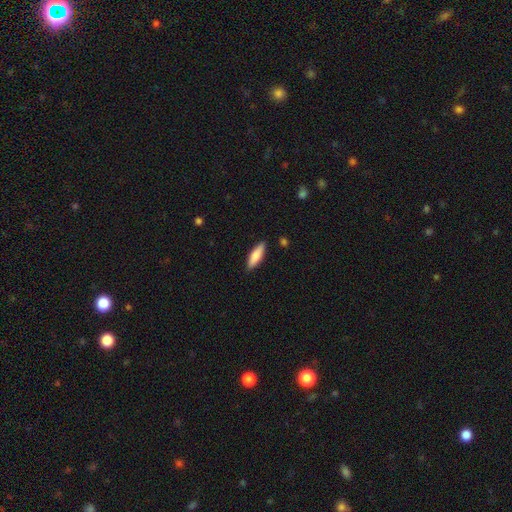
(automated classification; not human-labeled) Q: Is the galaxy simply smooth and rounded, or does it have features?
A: smooth — 78%.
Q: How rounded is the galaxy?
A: cigar-shaped — 57%.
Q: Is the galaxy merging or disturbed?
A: none — 88%.